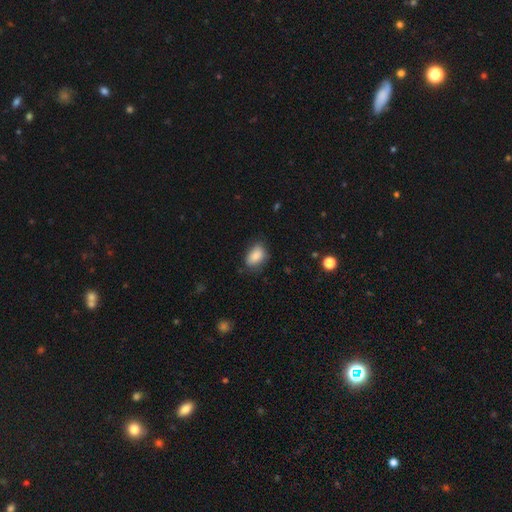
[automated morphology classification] Smooth or featured? smooth (86%)
How rounded? in between (86%)
Merging? none (70%)